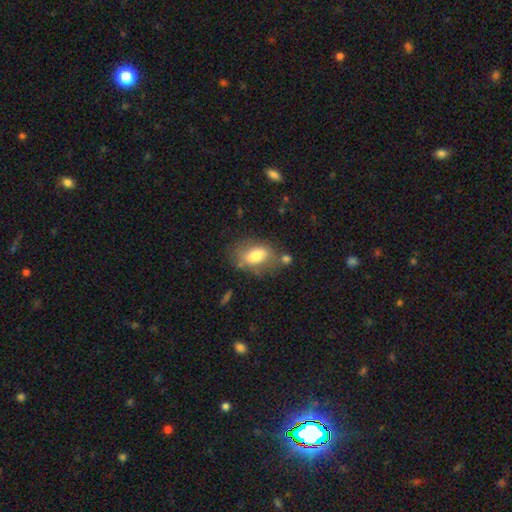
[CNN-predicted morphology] Overall: smooth (72%). How rounded: in between (87%). Merging: none (57%; minor disturbance 22%).